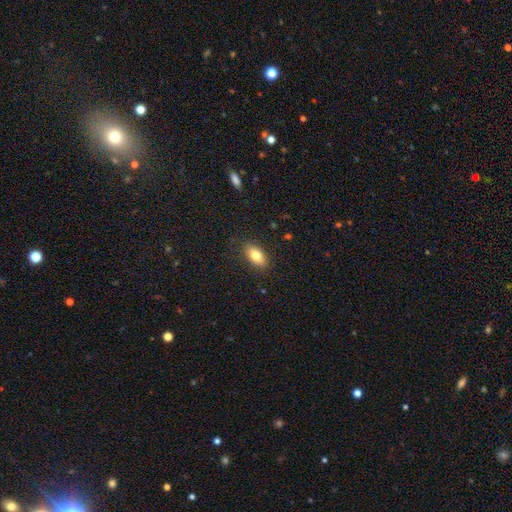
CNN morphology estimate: A smooth galaxy with no disk features (78%) that is in between round and cigar-shaped (89%). Merging: none (88%).